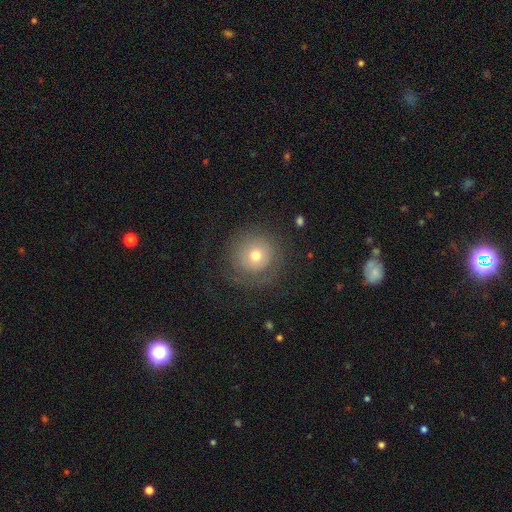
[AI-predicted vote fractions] A smooth galaxy with no disk features (61%) that is round (94%). Merging: none (75%).